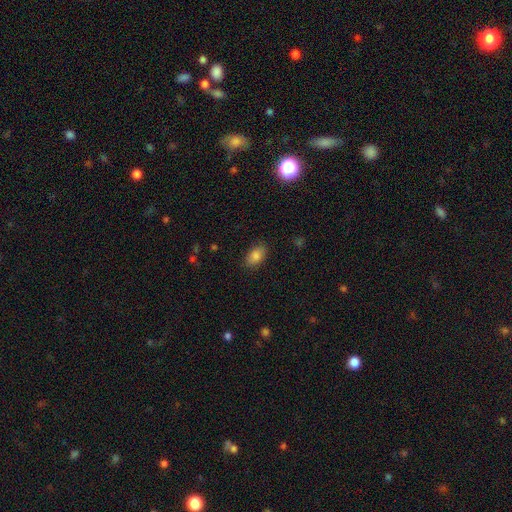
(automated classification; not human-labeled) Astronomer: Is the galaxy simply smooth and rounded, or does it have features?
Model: smooth — 85%.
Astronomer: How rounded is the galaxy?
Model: in between — 90%.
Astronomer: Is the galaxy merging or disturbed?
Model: none — 85%.